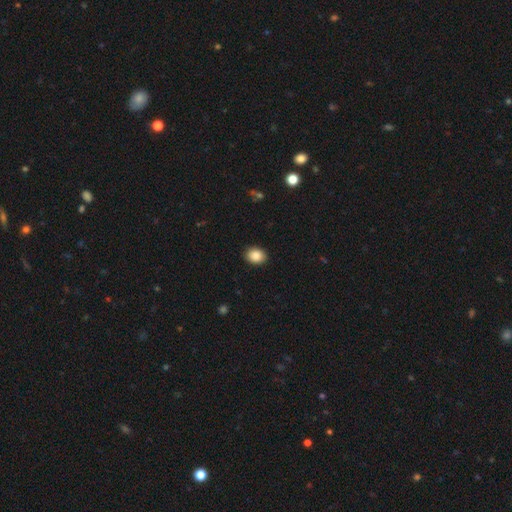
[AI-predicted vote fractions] A smooth galaxy with no disk features (87%) that is in between round and cigar-shaped (60%).

Vote fractions:
- Smooth or featured? smooth: 87% / star or artifact: 8% / featured or disk: 4%
- How rounded? in between: 60% / round: 39% / cigar-shaped: 1%
- Merging? none: 90% / minor disturbance: 7% / major disturbance: 2% / merger: 1%